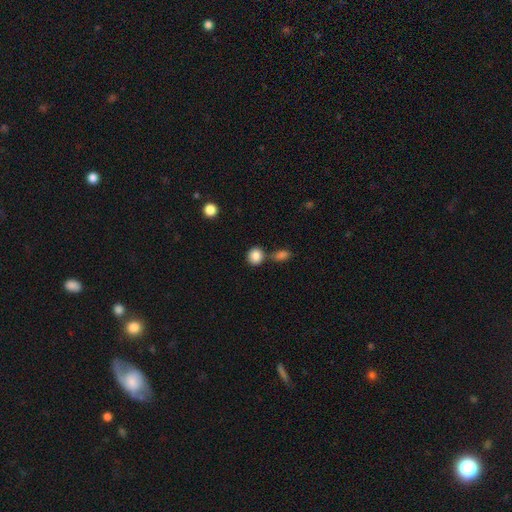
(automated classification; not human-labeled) A smooth galaxy with no disk features (86%) that is round (74%). Merging: none (63%).